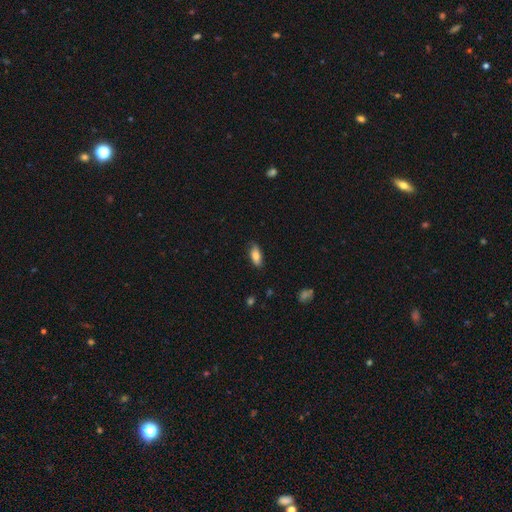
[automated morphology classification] The model was most divided on "smooth or featured": smooth: 78%, featured or disk: 16%, star or artifact: 7%. More confident: how rounded — in between (83%); merging — none (83%).